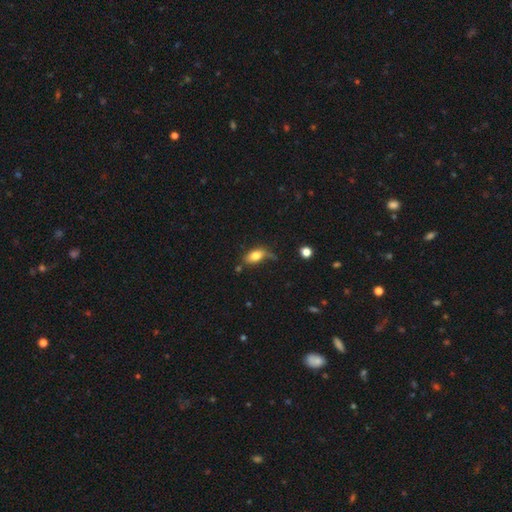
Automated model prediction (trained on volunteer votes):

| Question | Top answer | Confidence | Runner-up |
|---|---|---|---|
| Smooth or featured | smooth | 77% | featured or disk (15%) |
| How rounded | in between | 86% | cigar-shaped (7%) |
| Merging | none | 53% | minor disturbance (29%) |